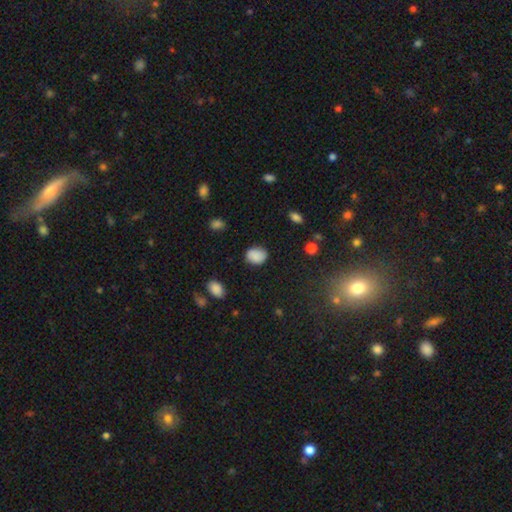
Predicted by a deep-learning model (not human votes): This is clearly a smooth galaxy (86%). How rounded: possibly in between (57%). Merging: clearly none (81%).